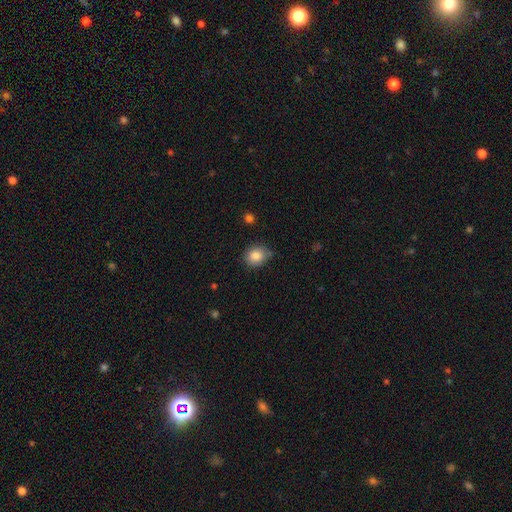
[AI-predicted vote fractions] Smooth or featured? Predicted: smooth (p=0.85). How rounded? Predicted: round (p=0.63). Merging? Predicted: none (p=0.72).